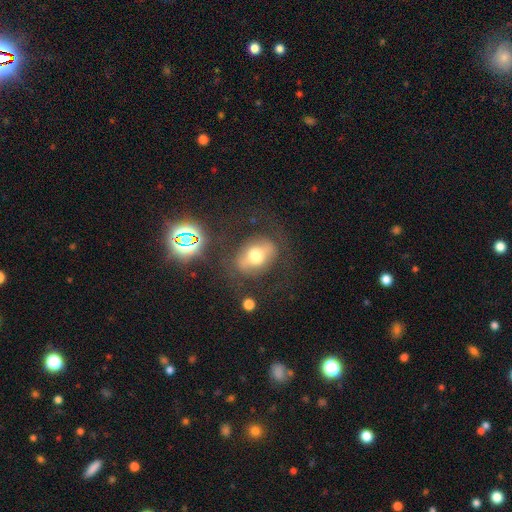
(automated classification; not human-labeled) Smooth or featured? smooth (50%)
How rounded? in between (57%)
Merging? none (71%)